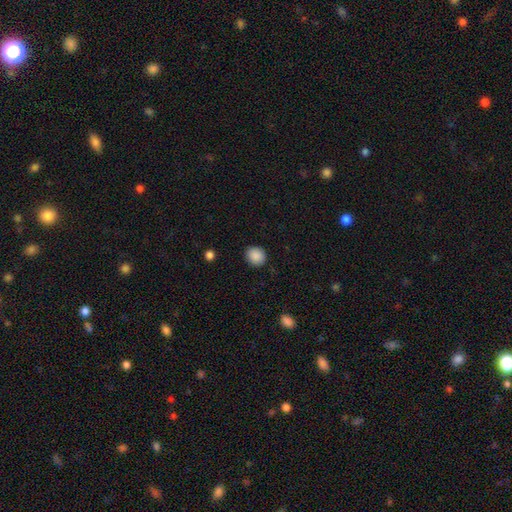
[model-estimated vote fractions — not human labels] This is clearly a smooth galaxy (89%). How rounded: clearly round (83%). Merging: clearly none (90%).